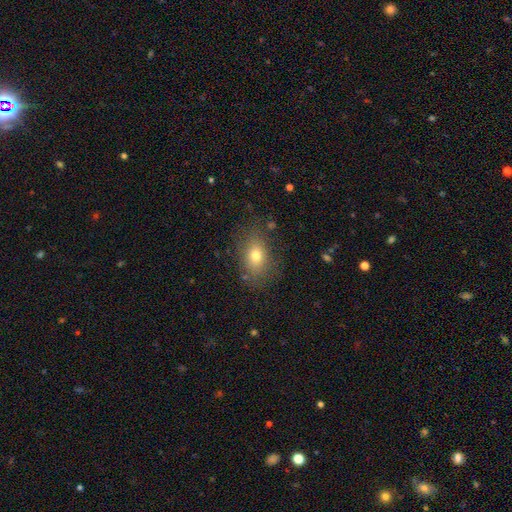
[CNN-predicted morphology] Smooth or featured? smooth (74%)
How rounded? in between (75%)
Merging? none (79%)